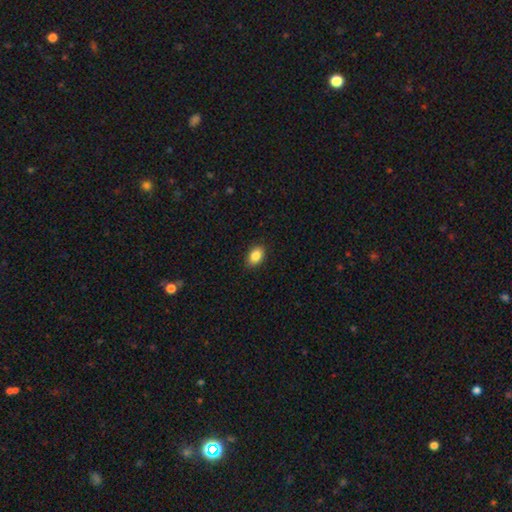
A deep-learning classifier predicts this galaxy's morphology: Overall: smooth (86%). How rounded: in between (77%). Merging: none (87%).